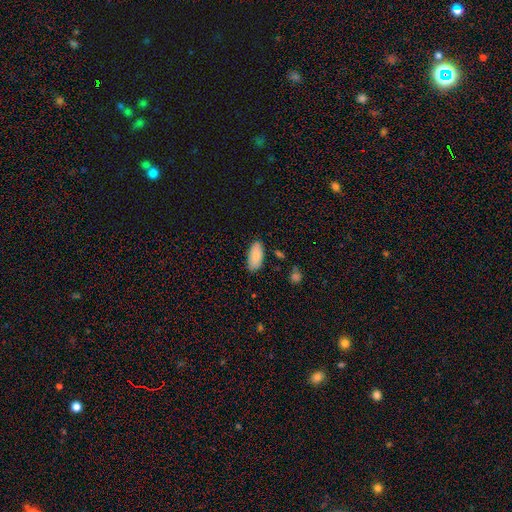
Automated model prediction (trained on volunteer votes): A smooth galaxy with no disk features (87%) that is in between round and cigar-shaped (92%).

Vote fractions:
- Smooth or featured? smooth: 87% / featured or disk: 7% / star or artifact: 6%
- How rounded? in between: 92% / cigar-shaped: 7% / round: 2%
- Merging? none: 83% / minor disturbance: 12% / major disturbance: 2% / merger: 2%